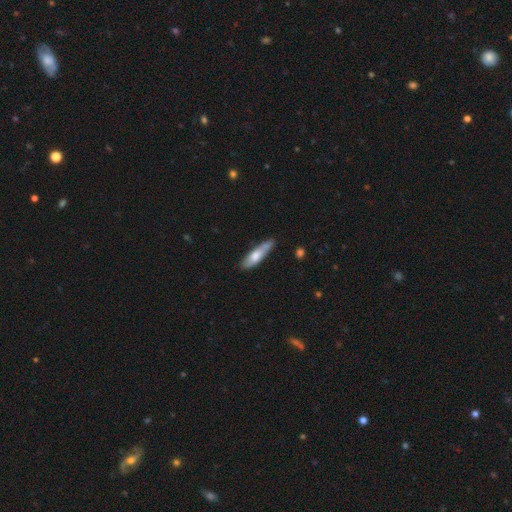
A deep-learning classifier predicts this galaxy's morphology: This is likely a smooth galaxy (66%). How rounded: likely cigar-shaped (73%). Merging: likely none (69%).